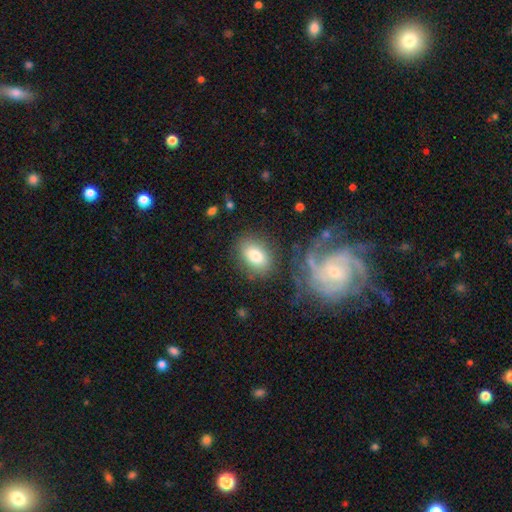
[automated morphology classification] This appears to be a smooth galaxy with no disk features (80%) that is in between round and cigar-shaped (78%). Merging: none (77%).